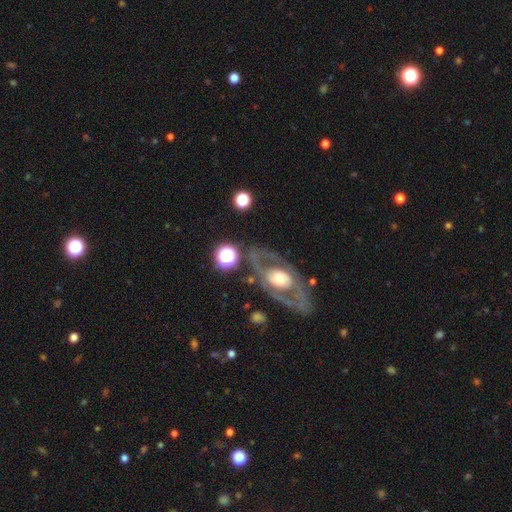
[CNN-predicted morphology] Overall: featured or disk (72%). Edge-on disk: no (89%). Bar: no (73%). Spiral arms: no (50%, tied with yes). Bulge size: moderate (55%; large 25%). Merging: none (73%).